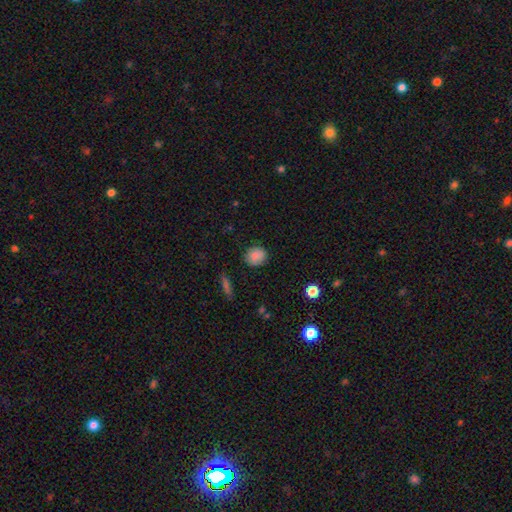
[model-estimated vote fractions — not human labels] Smooth or featured?
  - smooth: 84% *
  - star or artifact: 9%
  - featured or disk: 7%
How rounded?
  - round: 80% *
  - in between: 19%
  - cigar-shaped: 1%
Merging?
  - none: 83% *
  - minor disturbance: 13%
  - major disturbance: 3%
  - merger: 1%